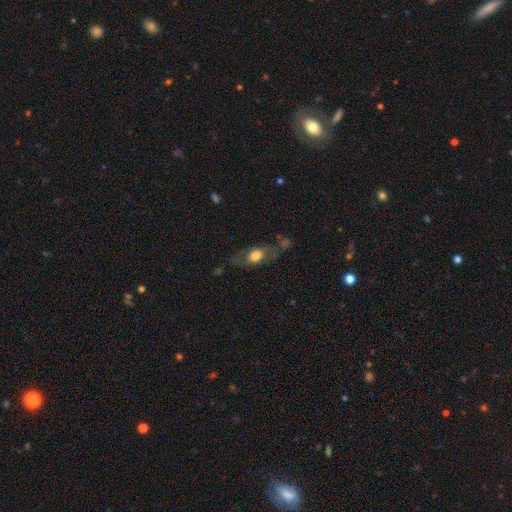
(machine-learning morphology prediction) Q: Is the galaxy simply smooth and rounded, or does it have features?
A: smooth — 47%.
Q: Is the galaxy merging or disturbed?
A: none — 61%.